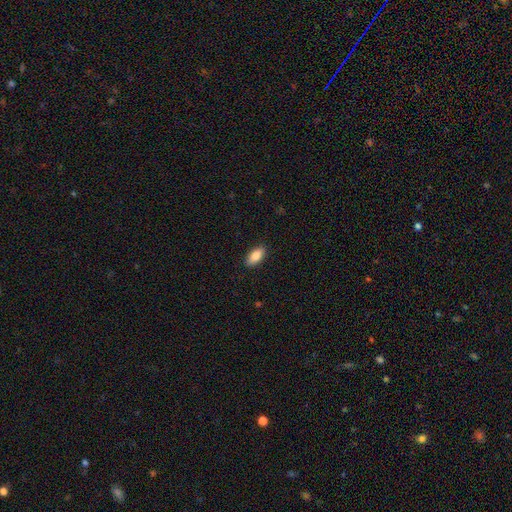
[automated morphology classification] The model was most divided on "smooth or featured": smooth: 84%, featured or disk: 9%, star or artifact: 7%. More confident: merging — none (89%); how rounded — in between (87%).